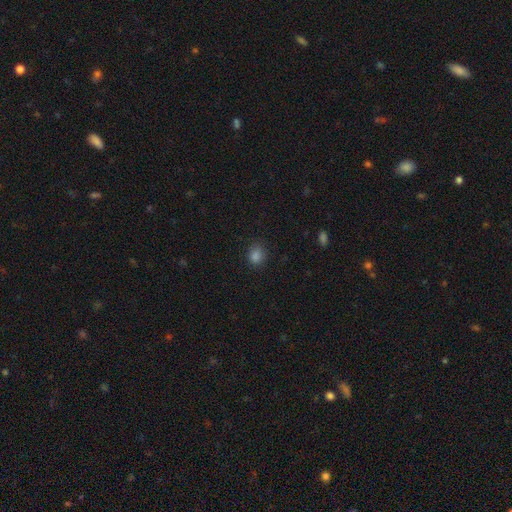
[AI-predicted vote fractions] A smooth galaxy with no disk features (82%) that is round (70%).

Vote fractions:
- Smooth or featured? smooth: 82% / star or artifact: 15% / featured or disk: 4%
- How rounded? round: 70% / in between: 29% / cigar-shaped: 1%
- Merging? none: 84% / minor disturbance: 12% / major disturbance: 3% / merger: 1%